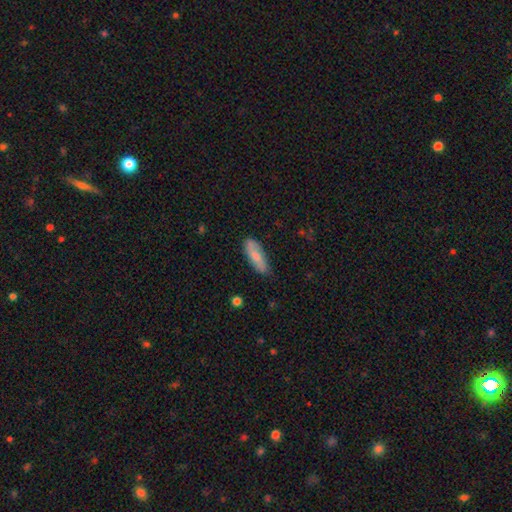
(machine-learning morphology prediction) Q: Smooth or featured?
A: smooth (73%); runner-up: featured or disk (21%)
Q: How rounded?
A: in between (59%); runner-up: cigar-shaped (39%)
Q: Merging?
A: none (78%); runner-up: minor disturbance (17%)